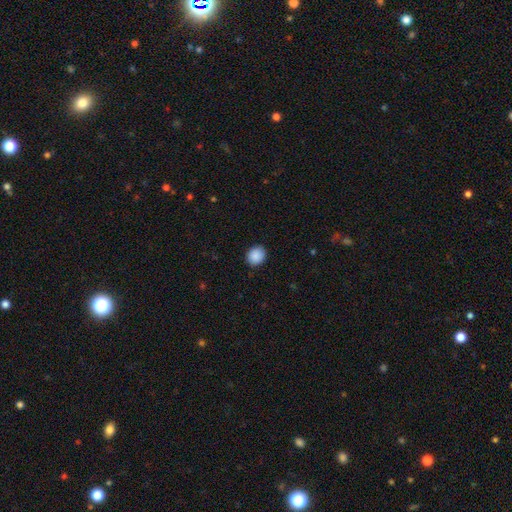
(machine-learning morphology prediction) Smooth or featured: smooth — 90% (star or artifact — 8%)
How rounded: round — 67% (in between — 32%)
Merging: none — 89% (minor disturbance — 8%)